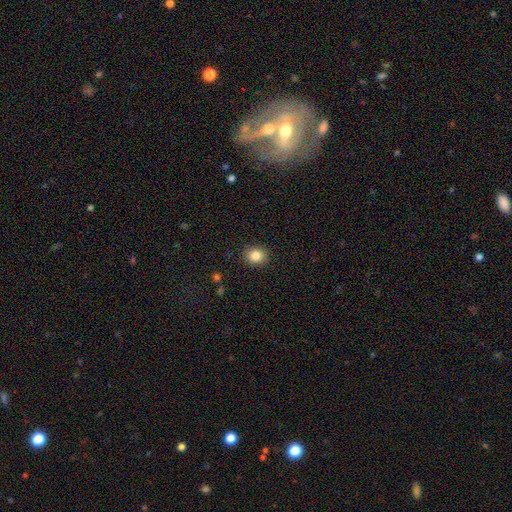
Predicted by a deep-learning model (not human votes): smooth 85%, star or artifact 10%, featured or disk 6%. Down the decision tree: how rounded — round (70%); merging — none (90%).